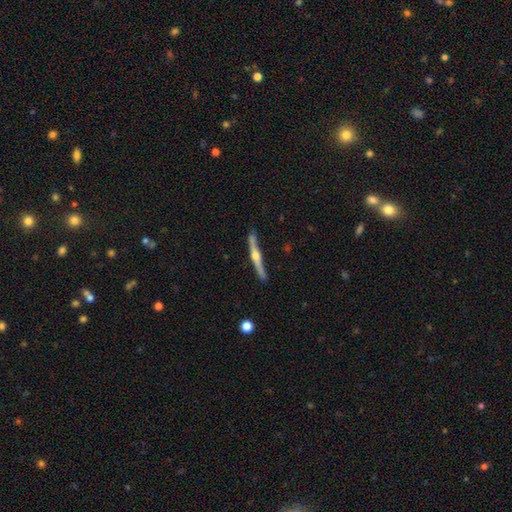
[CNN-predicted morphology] This is likely a featured or disk galaxy (76%). It is clearly viewed edge-on (98%). Edge-on bulge: clearly rounded (90%). Merging: clearly none (84%).